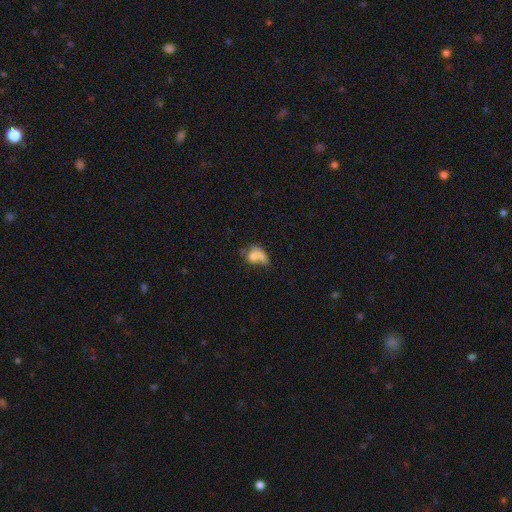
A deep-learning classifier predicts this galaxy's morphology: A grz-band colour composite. It shows a smooth galaxy with no disk features (66%) that is in between round and cigar-shaped (70%). Merging: major disturbance (29%).